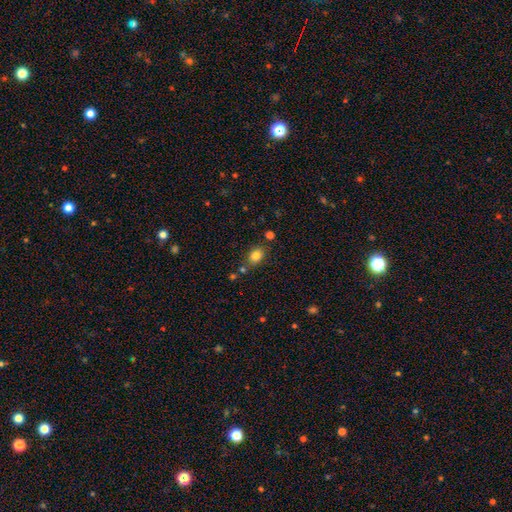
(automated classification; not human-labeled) Morphology: type=smooth (82%); roundness=in between (60%); merging=none (74%).